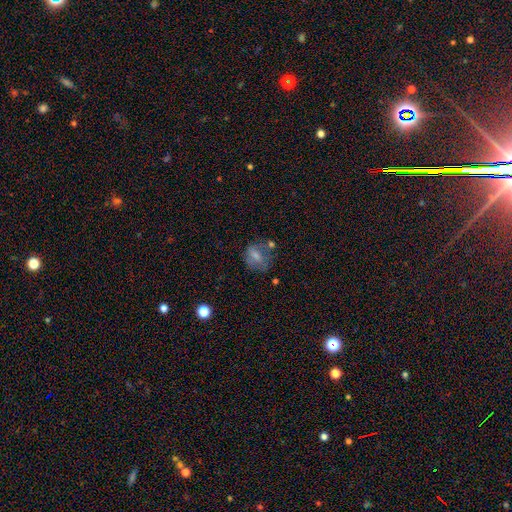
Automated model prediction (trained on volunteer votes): This is likely a smooth galaxy (63%). How rounded: possibly in between (49%). Merging: possibly none (49%).